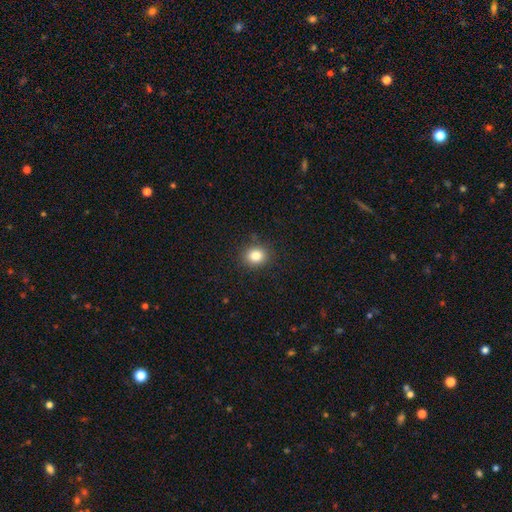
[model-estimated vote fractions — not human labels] Q: Smooth or featured?
A: smooth (84%); runner-up: star or artifact (11%)
Q: How rounded?
A: round (73%); runner-up: in between (26%)
Q: Merging?
A: none (88%); runner-up: minor disturbance (8%)